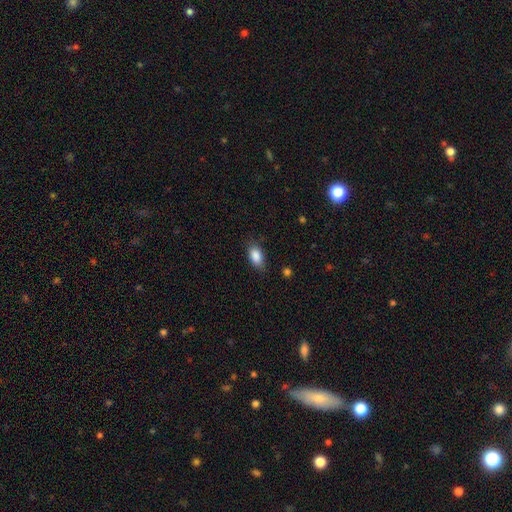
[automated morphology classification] Overall: smooth (87%). How rounded: in between (89%). Merging: none (79%).